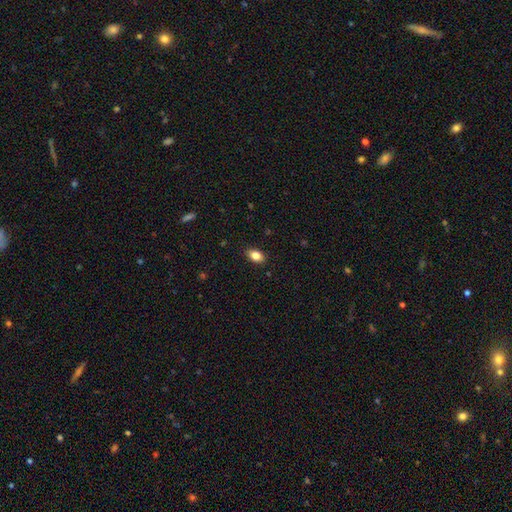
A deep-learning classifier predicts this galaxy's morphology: Overall: smooth (84%). How rounded: in between (85%). Merging: none (88%).